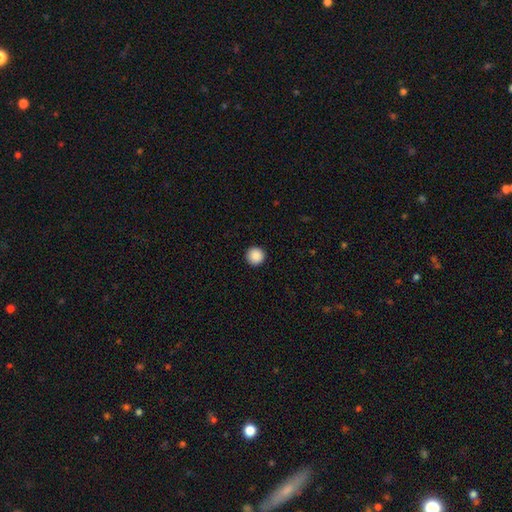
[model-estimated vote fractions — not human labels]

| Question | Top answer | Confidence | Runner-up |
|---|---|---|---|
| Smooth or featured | smooth | 89% | star or artifact (8%) |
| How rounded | round | 97% | in between (2%) |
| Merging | none | 94% | minor disturbance (4%) |